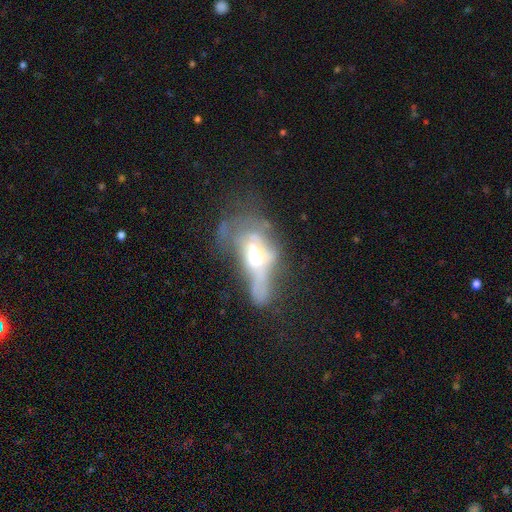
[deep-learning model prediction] Overall: featured or disk (56%; smooth 33%). Edge-on disk: no (83%). Merging: major disturbance (52%; merger 18%).